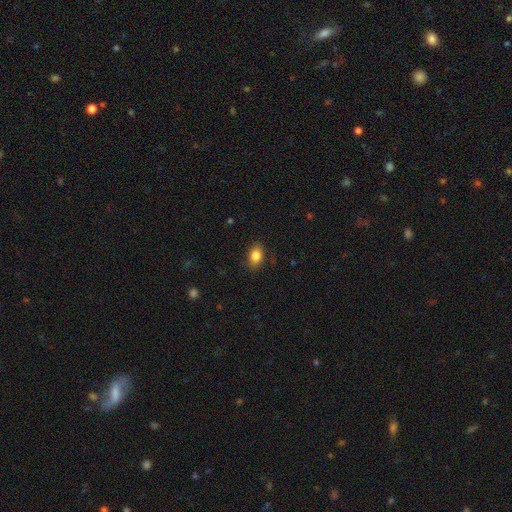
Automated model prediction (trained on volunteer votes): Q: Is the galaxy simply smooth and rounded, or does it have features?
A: smooth — 85%.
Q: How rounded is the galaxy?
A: in between — 75%.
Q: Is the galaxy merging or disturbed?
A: none — 84%.